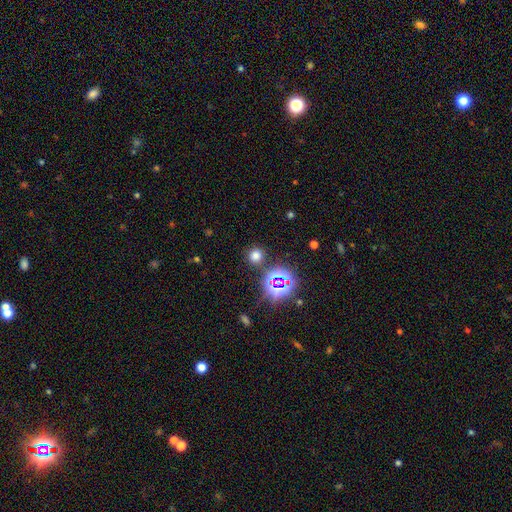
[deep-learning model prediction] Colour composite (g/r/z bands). It shows a smooth galaxy with no disk features (67%) that is round (87%). Merging: none (85%).